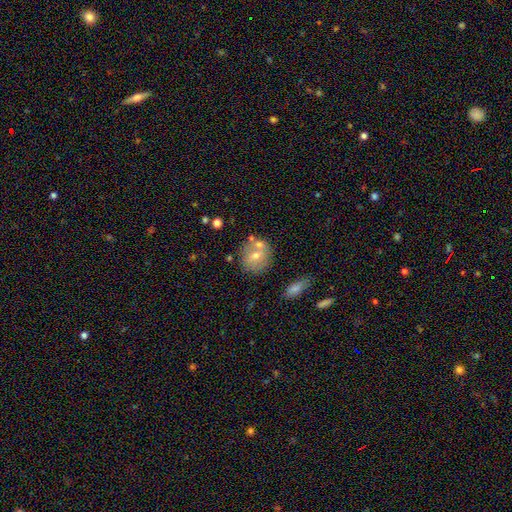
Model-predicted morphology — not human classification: Smooth or featured? smooth (57%)
How rounded? round (80%)
Merging? none (65%)